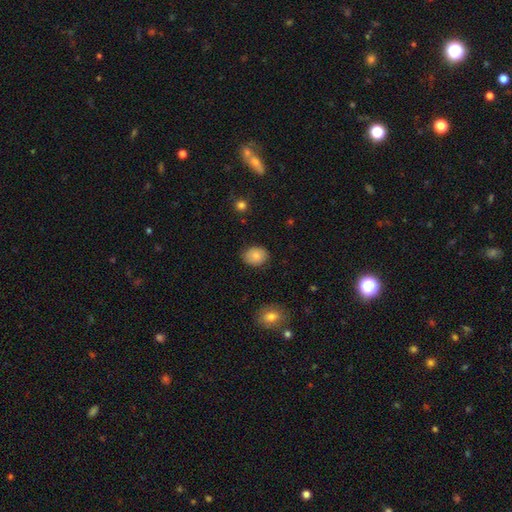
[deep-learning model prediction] Overall: smooth (82%). How rounded: in between (51%; round 48%). Merging: none (84%).